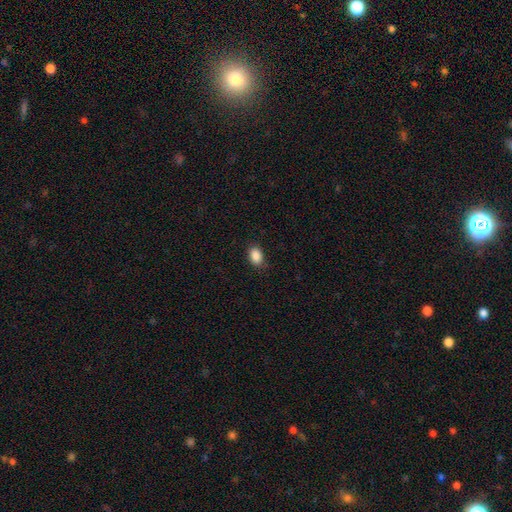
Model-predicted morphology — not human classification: A smooth galaxy with no disk features (88%) that is in between round and cigar-shaped (83%).

Vote fractions:
- Smooth or featured? smooth: 88% / star or artifact: 8% / featured or disk: 3%
- How rounded? in between: 83% / round: 16% / cigar-shaped: 1%
- Merging? none: 86% / minor disturbance: 11% / major disturbance: 3% / merger: 1%